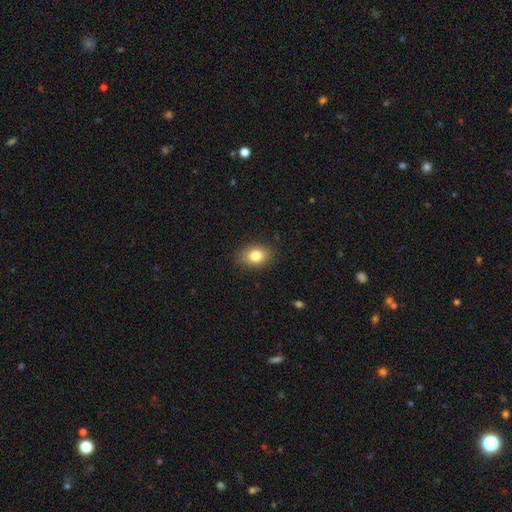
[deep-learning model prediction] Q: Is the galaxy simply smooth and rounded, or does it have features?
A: smooth — 81%.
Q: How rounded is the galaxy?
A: in between — 71%.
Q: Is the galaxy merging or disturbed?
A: none — 87%.